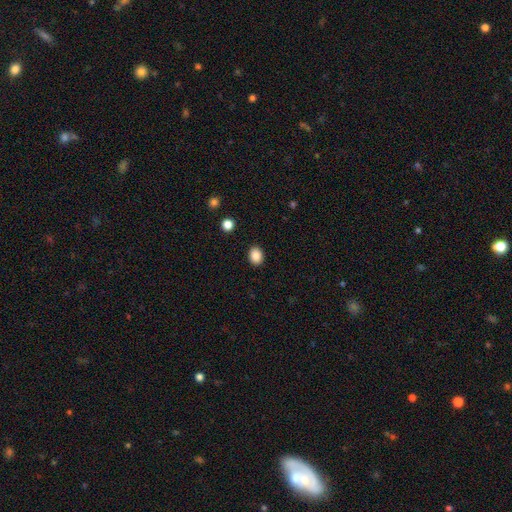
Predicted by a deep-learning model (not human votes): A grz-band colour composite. It shows a smooth galaxy with no disk features (88%) that is in between round and cigar-shaped (62%). Merging: none (89%).